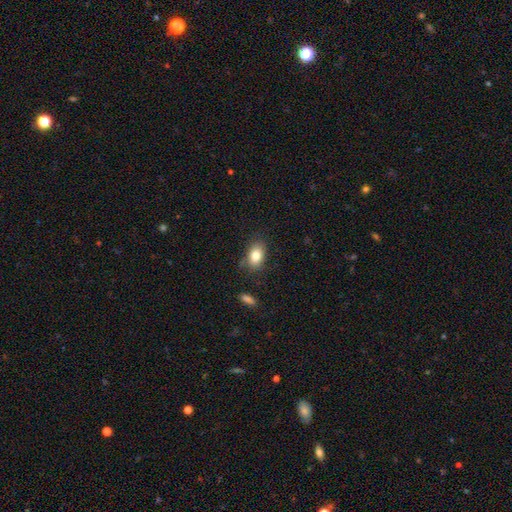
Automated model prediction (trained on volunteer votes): Smooth or featured? smooth (81%)
How rounded? in between (82%)
Merging? none (76%)